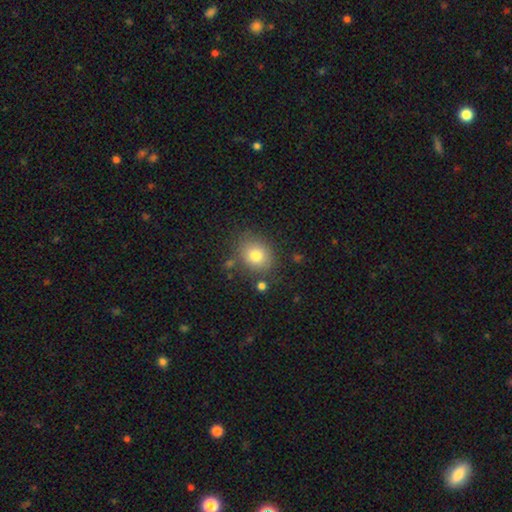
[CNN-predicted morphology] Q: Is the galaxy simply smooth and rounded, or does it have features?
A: smooth — 79%.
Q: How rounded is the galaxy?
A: round — 64%.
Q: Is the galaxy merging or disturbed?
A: none — 79%.